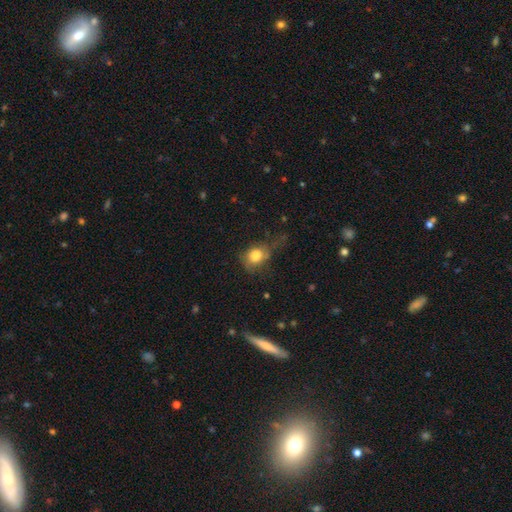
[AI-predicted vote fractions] smooth 79%, featured or disk 12%, star or artifact 9%. Down the decision tree: how rounded — round (61%); merging — none (39%).